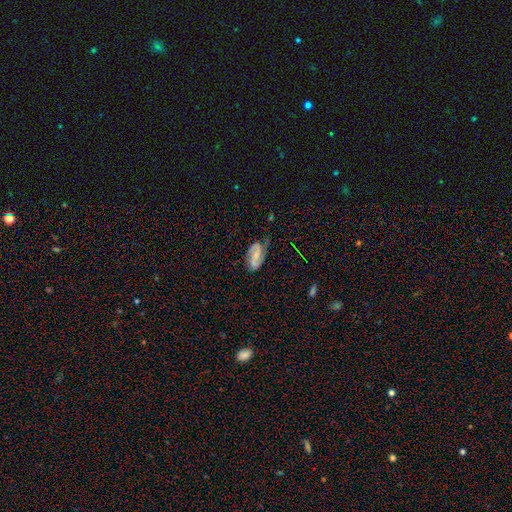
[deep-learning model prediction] Overall: featured or disk (70%). Edge-on disk: no (96%). Bar: weak (44%; no 32%). Spiral arms: yes (93%). Spiral arm count: 2 (89%). Spiral winding: medium (44%; loose 31%). Bulge size: small (41%; moderate 28%). Merging: none (68%).